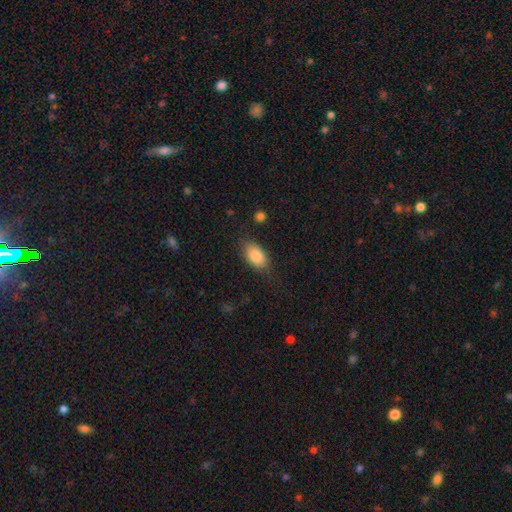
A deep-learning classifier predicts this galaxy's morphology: Smooth or featured?
  - smooth: 84% *
  - featured or disk: 9%
  - star or artifact: 7%
How rounded?
  - in between: 90% *
  - round: 7%
  - cigar-shaped: 3%
Merging?
  - none: 74% *
  - minor disturbance: 18%
  - major disturbance: 6%
  - merger: 2%